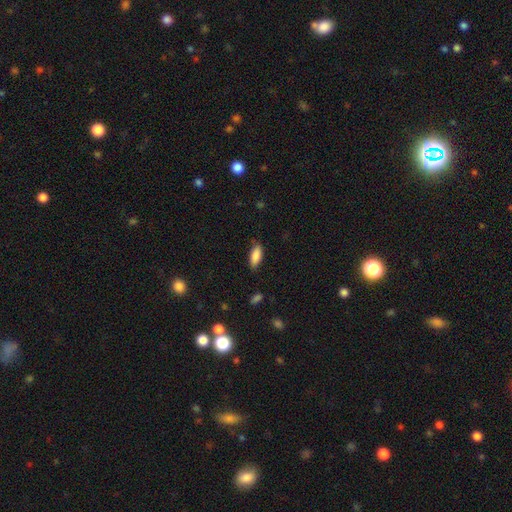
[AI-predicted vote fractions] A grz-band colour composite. It shows a smooth galaxy with no disk features (86%) that is in between round and cigar-shaped (81%). Merging: none (80%).